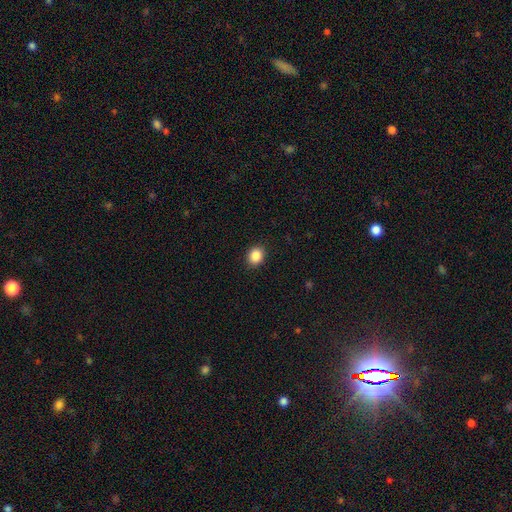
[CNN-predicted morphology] Smooth or featured: smooth — 88% (star or artifact — 9%)
How rounded: round — 60% (in between — 39%)
Merging: none — 90% (minor disturbance — 7%)